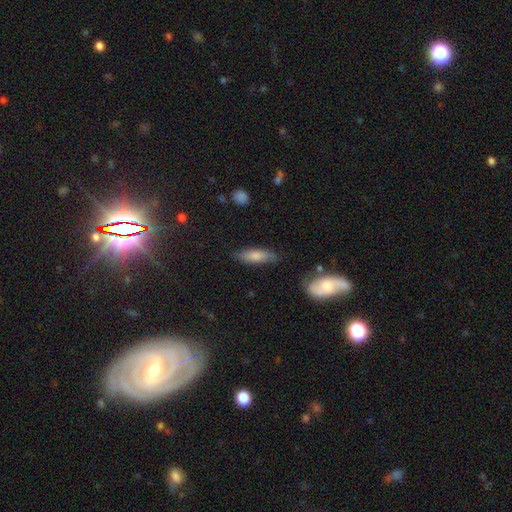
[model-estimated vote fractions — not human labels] The model was most divided on "how rounded": cigar-shaped: 56%, in between: 42%, round: 2%. More confident: merging — none (79%); smooth or featured — smooth (75%).